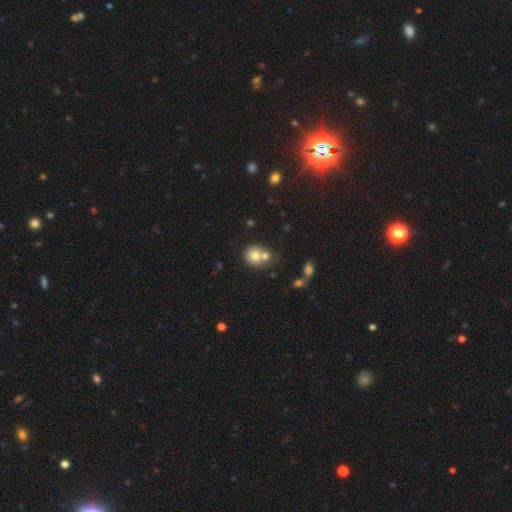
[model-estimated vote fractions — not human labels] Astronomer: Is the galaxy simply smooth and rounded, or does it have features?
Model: smooth — 74%.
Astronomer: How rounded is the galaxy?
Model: round — 82%.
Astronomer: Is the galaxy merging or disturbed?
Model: merger — 47% (runner-up: none, 40%).